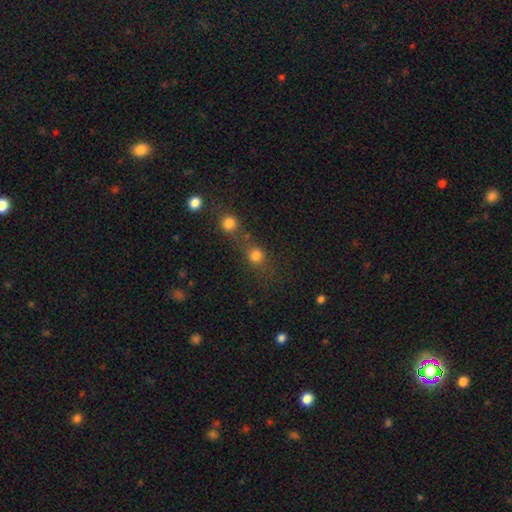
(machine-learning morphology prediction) A smooth galaxy with no disk features (76%) that is round (81%). Merging: merger (43%).